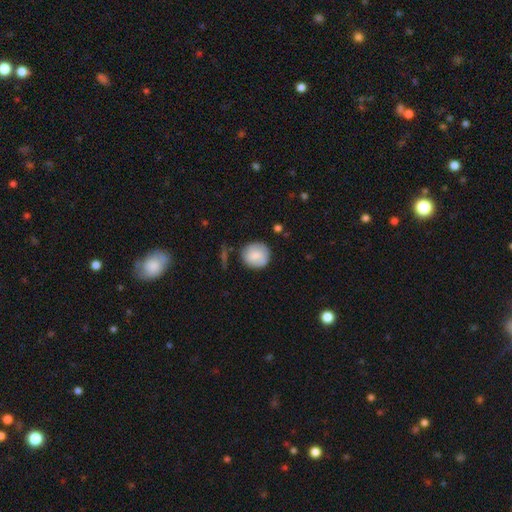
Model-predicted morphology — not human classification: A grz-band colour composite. It shows a smooth galaxy with no disk features (76%) that is round (91%). Merging: none (77%).